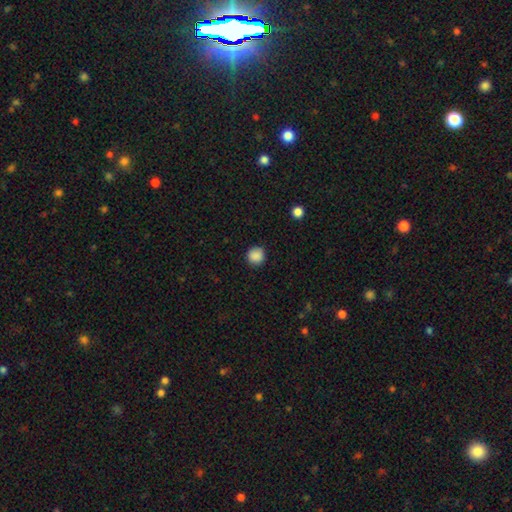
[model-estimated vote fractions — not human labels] smooth-or-featured: smooth: 88% | star or artifact: 9% | featured or disk: 3%
  how-rounded: round: 93% | in between: 6% | cigar-shaped: 1%
  merging: none: 89% | minor disturbance: 8% | major disturbance: 2% | merger: 1%